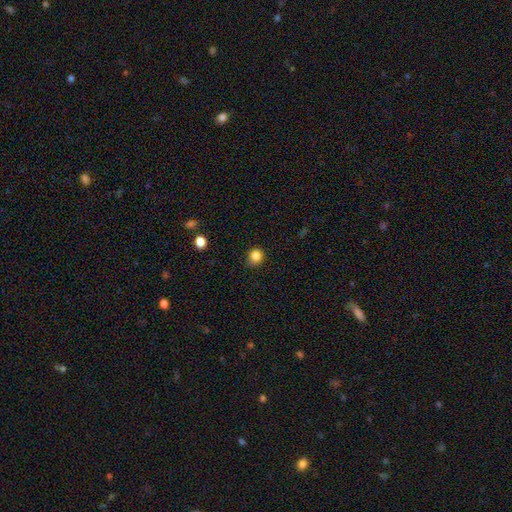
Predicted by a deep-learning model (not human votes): Smooth or featured?
  - smooth: 84% *
  - star or artifact: 12%
  - featured or disk: 4%
How rounded?
  - round: 81% *
  - in between: 19%
  - cigar-shaped: 1%
Merging?
  - none: 81% *
  - minor disturbance: 15%
  - major disturbance: 3%
  - merger: 1%